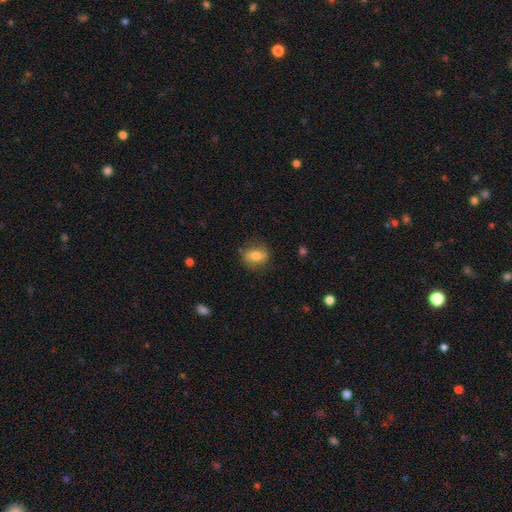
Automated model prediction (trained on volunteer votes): This is likely a smooth galaxy (71%). How rounded: likely in between (66%). Merging: likely none (78%).